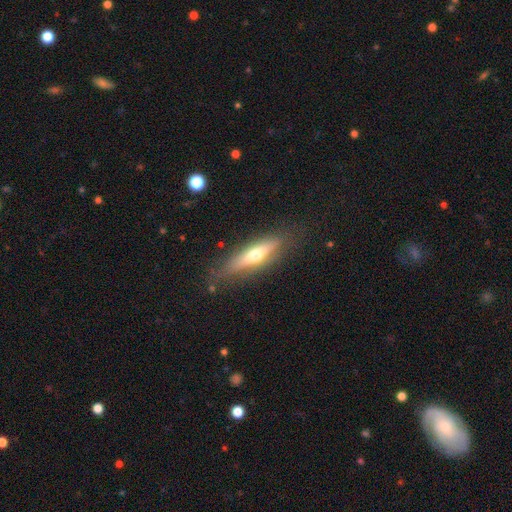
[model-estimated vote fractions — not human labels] Smooth or featured? Predicted: smooth (p=0.48). Merging? Predicted: none (p=0.80).